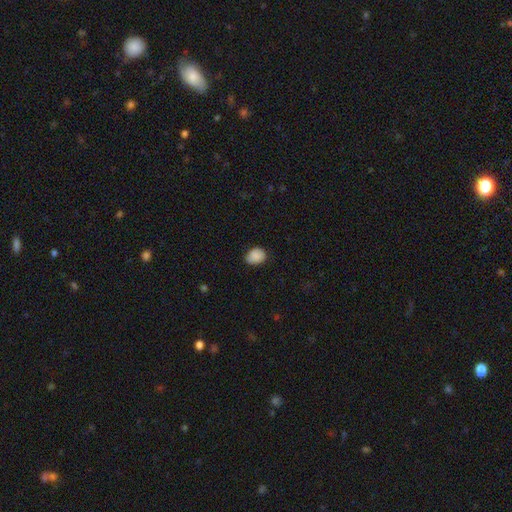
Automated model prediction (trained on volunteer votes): A smooth galaxy with no disk features (86%) that is in between round and cigar-shaped (54%).

Vote fractions:
- Smooth or featured? smooth: 86% / star or artifact: 8% / featured or disk: 6%
- How rounded? in between: 54% / round: 46% / cigar-shaped: 1%
- Merging? none: 74% / minor disturbance: 21% / major disturbance: 4% / merger: 1%